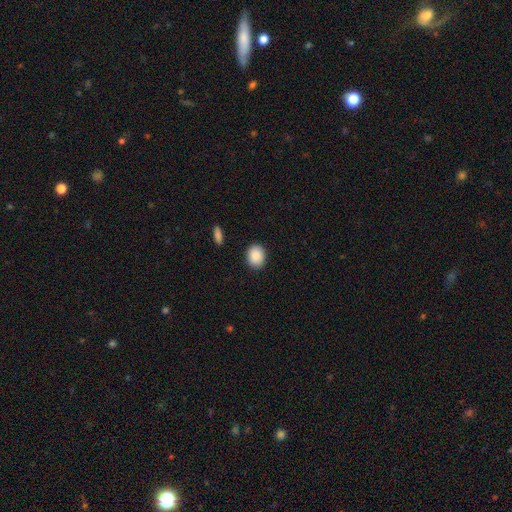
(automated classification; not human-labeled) Smooth or featured? Predicted: smooth (p=0.89). How rounded? Predicted: round (p=0.54). Merging? Predicted: none (p=0.90).